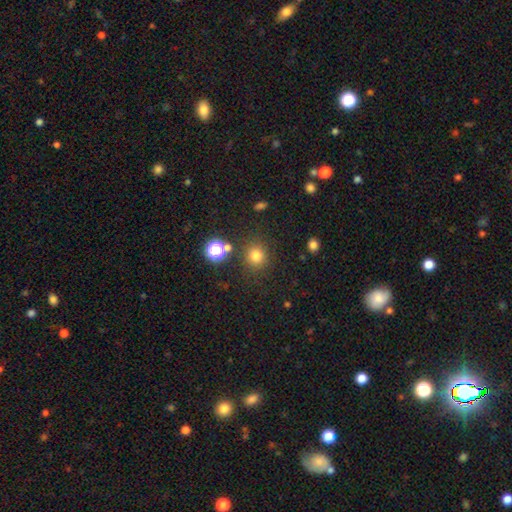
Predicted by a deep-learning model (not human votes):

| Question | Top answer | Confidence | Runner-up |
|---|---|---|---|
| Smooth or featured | smooth | 77% | star or artifact (17%) |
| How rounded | round | 90% | in between (9%) |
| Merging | none | 82% | minor disturbance (9%) |